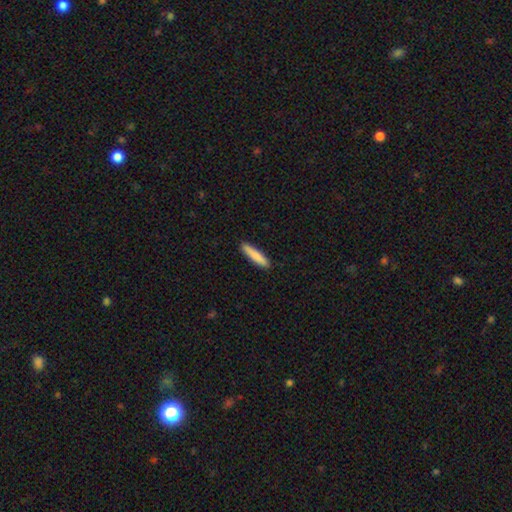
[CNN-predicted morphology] Overall: smooth (84%). How rounded: cigar-shaped (88%). Merging: none (90%).